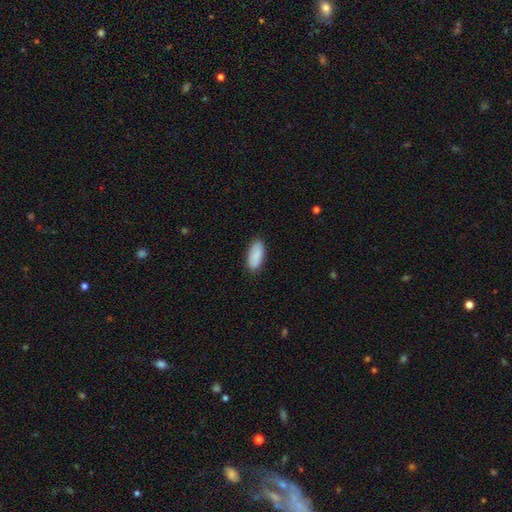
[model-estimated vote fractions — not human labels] This appears to be a smooth galaxy with no disk features (90%) that is in between round and cigar-shaped (84%). Merging: none (88%).